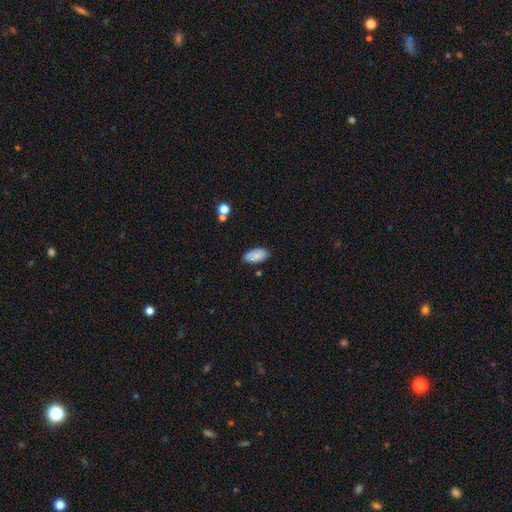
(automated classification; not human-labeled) smooth_or_featured: smooth (p=0.74) [alt: featured or disk p=0.18]
how_rounded: in between (p=0.94) [alt: round p=0.03]
merging: none (p=0.71) [alt: minor disturbance p=0.20]